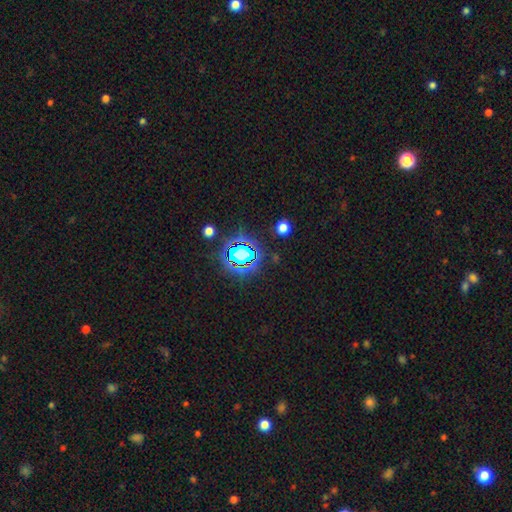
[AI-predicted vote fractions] Smooth or featured: star or artifact — 80% (smooth — 13%)